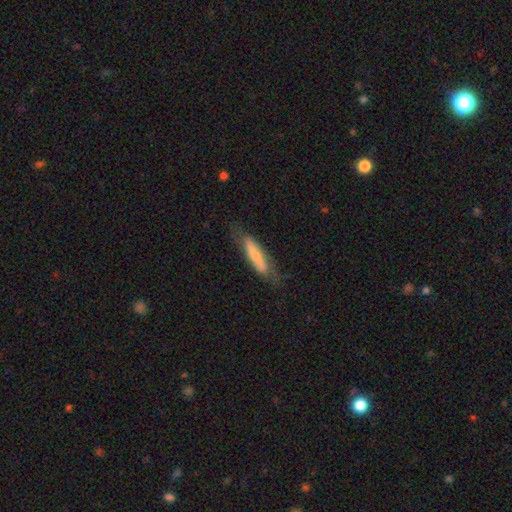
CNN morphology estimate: Q: Smooth or featured?
A: smooth (66%); runner-up: featured or disk (28%)
Q: How rounded?
A: cigar-shaped (84%); runner-up: in between (15%)
Q: Merging?
A: none (69%); runner-up: minor disturbance (21%)